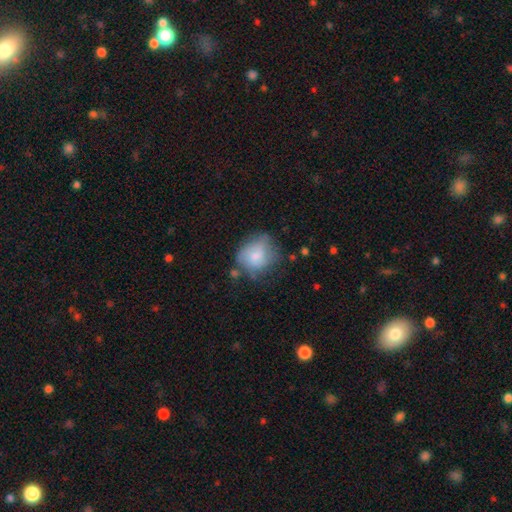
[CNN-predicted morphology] Smooth or featured? Predicted: smooth (p=0.64). How rounded? Predicted: round (p=0.70). Merging? Predicted: none (p=0.45).